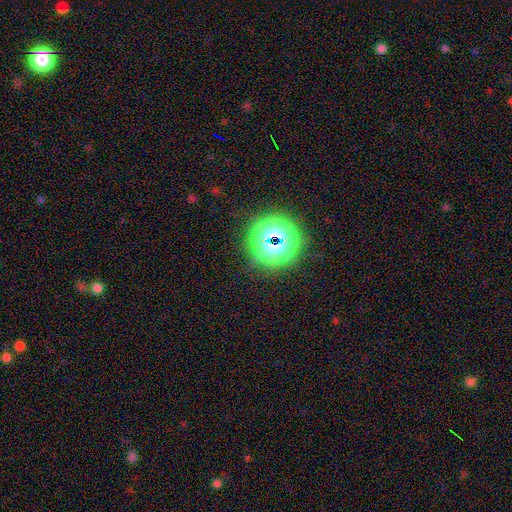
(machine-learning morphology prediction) This is likely a star or artifact rather than a galaxy (80%).